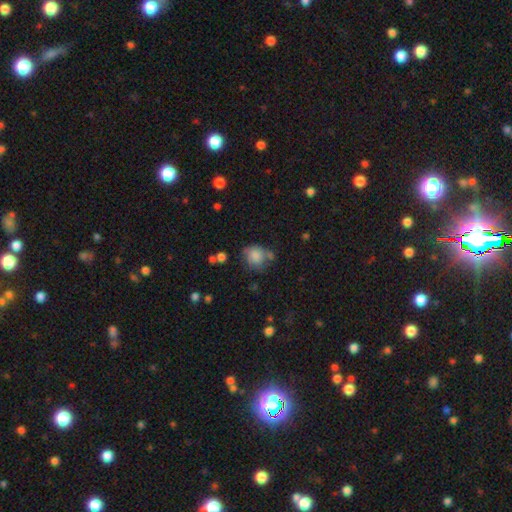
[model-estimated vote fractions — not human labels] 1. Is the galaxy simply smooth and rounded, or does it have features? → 78% smooth, 12% featured or disk, 9% star or artifact.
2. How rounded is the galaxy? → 66% round, 33% in between, 1% cigar-shaped.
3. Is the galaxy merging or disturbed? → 50% none, 27% minor disturbance, 12% merger, 12% major disturbance.